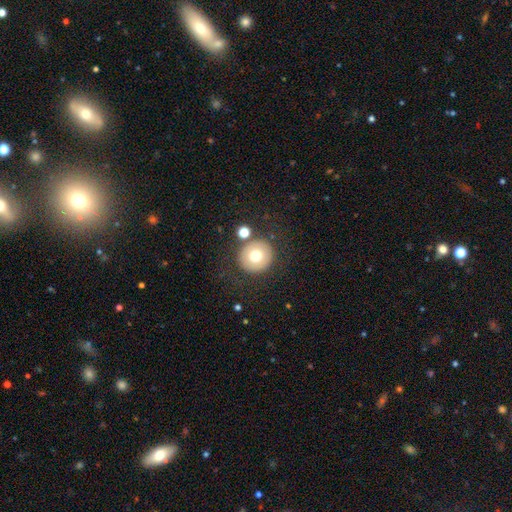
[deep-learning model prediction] Smooth or featured? Predicted: smooth (p=0.70). How rounded? Predicted: round (p=0.93). Merging? Predicted: none (p=0.82).